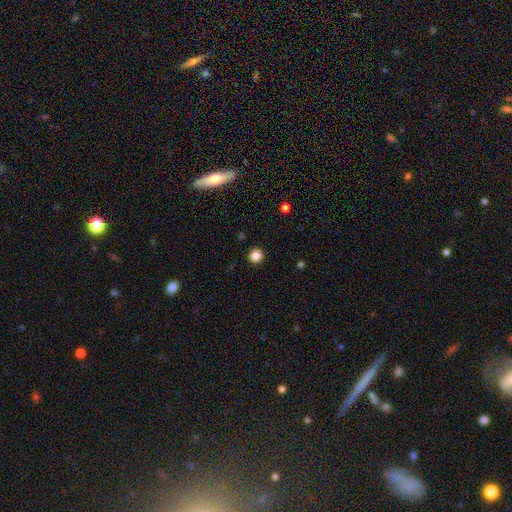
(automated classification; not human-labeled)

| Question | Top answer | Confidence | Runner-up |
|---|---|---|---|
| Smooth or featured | smooth | 86% | star or artifact (11%) |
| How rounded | round | 94% | in between (5%) |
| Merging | none | 93% | minor disturbance (5%) |